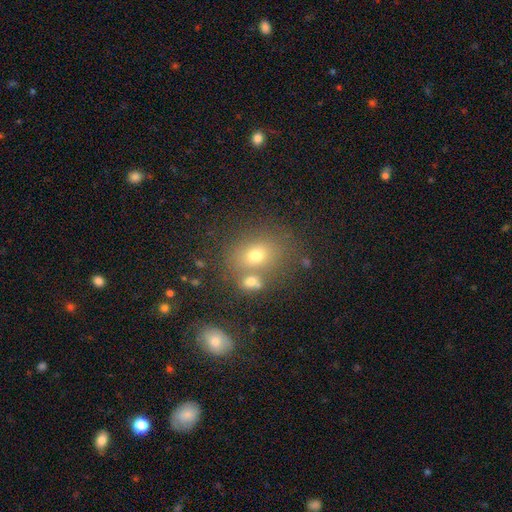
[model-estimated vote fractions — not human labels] Morphology: type=smooth (67%); roundness=round (52%); merging=none (58%).